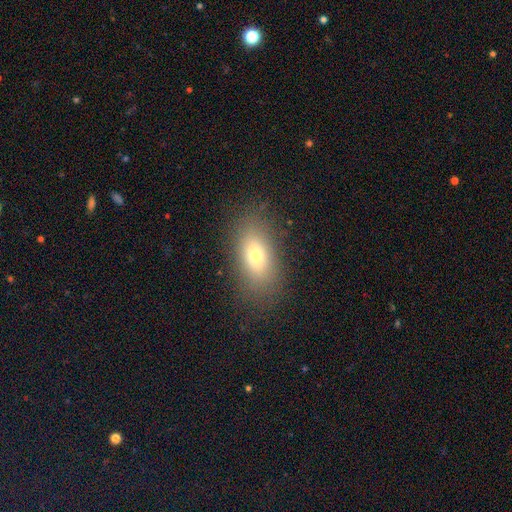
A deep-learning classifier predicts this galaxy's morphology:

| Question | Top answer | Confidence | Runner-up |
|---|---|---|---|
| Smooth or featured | smooth | 72% | featured or disk (16%) |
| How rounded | in between | 85% | round (8%) |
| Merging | none | 83% | minor disturbance (11%) |